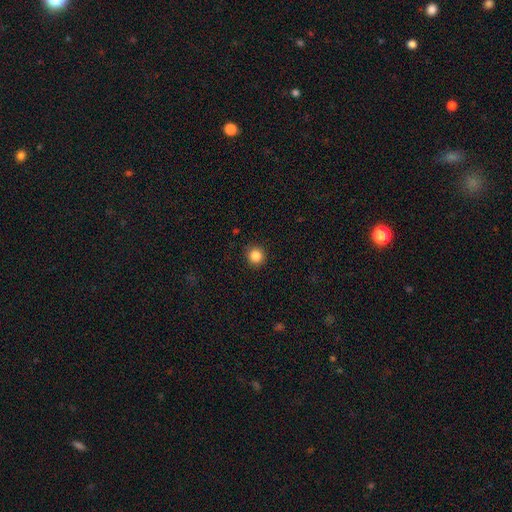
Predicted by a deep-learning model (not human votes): This appears to be a smooth galaxy with no disk features (86%) that is round (94%). Merging: none (91%).